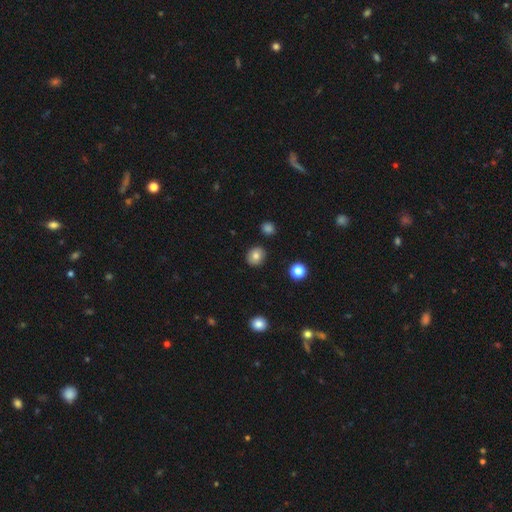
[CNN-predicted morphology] Smooth or featured? smooth (80%)
How rounded? round (77%)
Merging? none (89%)